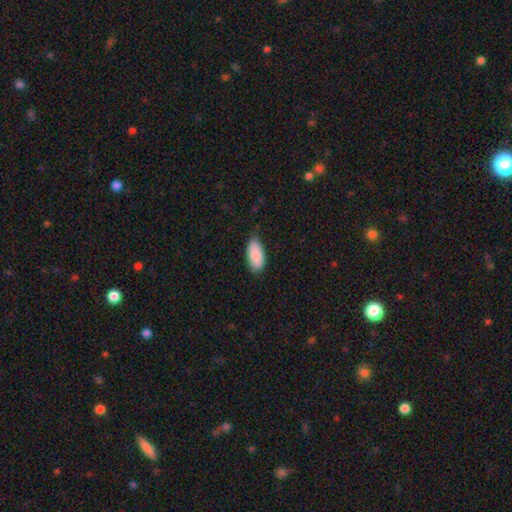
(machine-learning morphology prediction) type=smooth (85%); roundness=in between (92%); merging=none (77%).